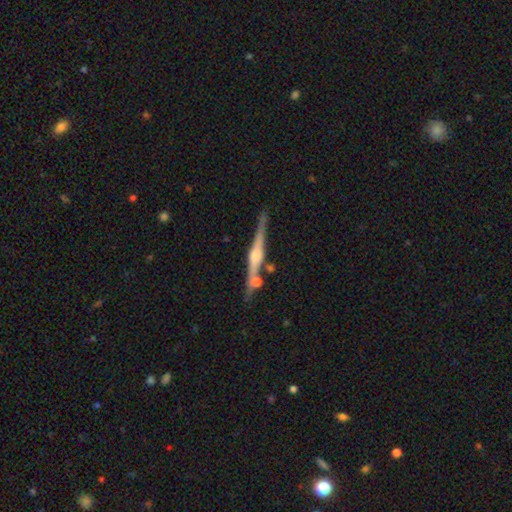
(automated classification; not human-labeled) A featured or disk galaxy (81%) viewed edge-on (98%) with a rounded central bulge (83%).

Vote fractions:
- Smooth or featured? featured or disk: 81% / smooth: 12% / star or artifact: 6%
- Edge-on disk? yes: 98% / no: 2%
- Edge-on bulge? rounded: 83% / boxy: 12% / none: 5%
- Merging? none: 79% / minor disturbance: 10% / merger: 9% / major disturbance: 2%